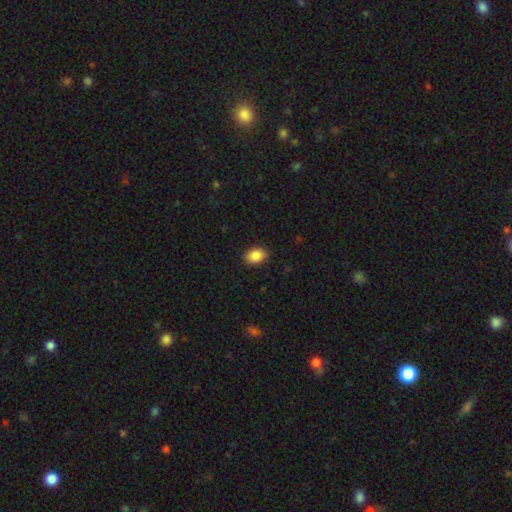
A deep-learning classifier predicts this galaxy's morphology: Smooth or featured: smooth — 88% (star or artifact — 8%)
How rounded: in between — 79% (round — 20%)
Merging: none — 89% (minor disturbance — 8%)